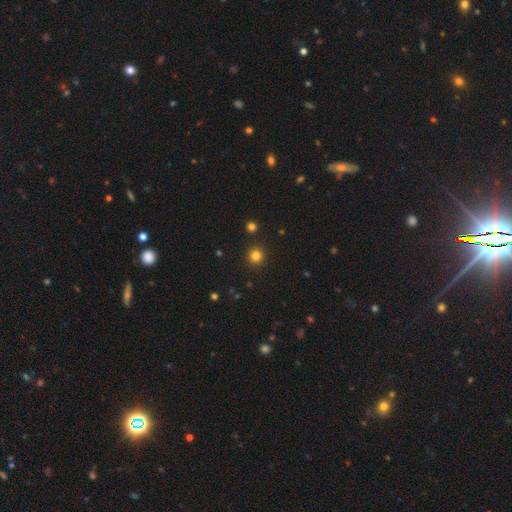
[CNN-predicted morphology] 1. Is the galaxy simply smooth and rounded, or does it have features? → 81% smooth, 14% star or artifact, 5% featured or disk.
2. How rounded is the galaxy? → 94% round, 5% in between, 1% cigar-shaped.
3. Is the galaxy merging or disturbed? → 92% none, 5% minor disturbance, 2% merger, 2% major disturbance.